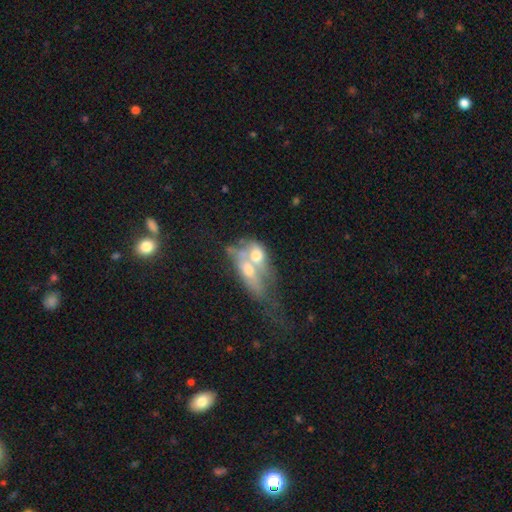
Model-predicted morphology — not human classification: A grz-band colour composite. It shows a featured or disk galaxy (45%, tied with smooth). Merging: merger (71%).